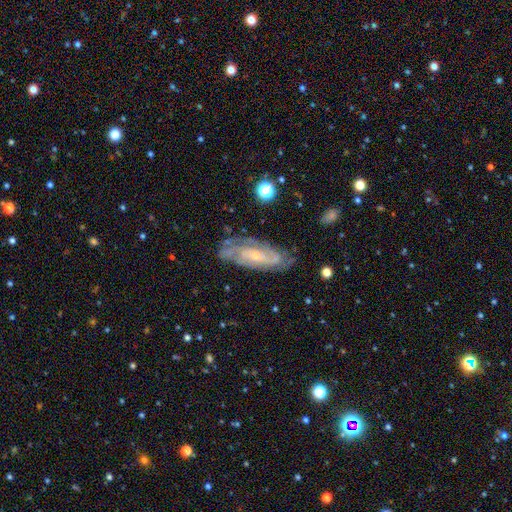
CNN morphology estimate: A featured or disk galaxy (79%) with no bar (57%), tight (61%) spiral arms (93%) and a small central bulge (73%).

Vote fractions:
- Smooth or featured? featured or disk: 79% / smooth: 13% / star or artifact: 8%
- Edge-on disk? no: 88% / yes: 12%
- Bar? no: 57% / weak: 34% / strong: 10%
- Spiral arms? yes: 93% / no: 7%
- Spiral winding? tight: 61% / medium: 31% / loose: 8%
- Spiral arm count? can't tell: 39% / 2: 30% / 3: 15% / 4: 8% / more than 4: 4% / 1: 4%
- Bulge size? small: 73% / moderate: 20% / none: 5% / large: 1% / dominant: 1%
- Merging? none: 74% / minor disturbance: 18% / major disturbance: 5% / merger: 2%